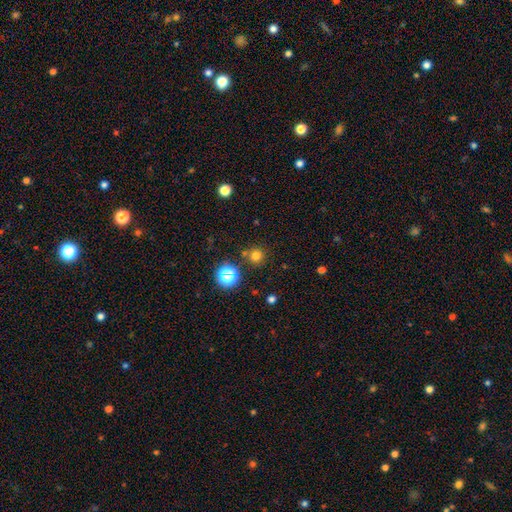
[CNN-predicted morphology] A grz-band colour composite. It shows a smooth galaxy with no disk features (72%) that is round (93%). Merging: none (81%).